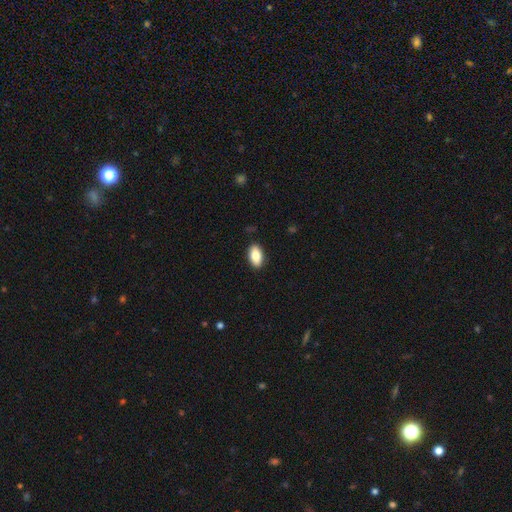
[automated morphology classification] This is clearly a smooth galaxy (84%). How rounded: clearly in between (92%). Merging: clearly none (89%).